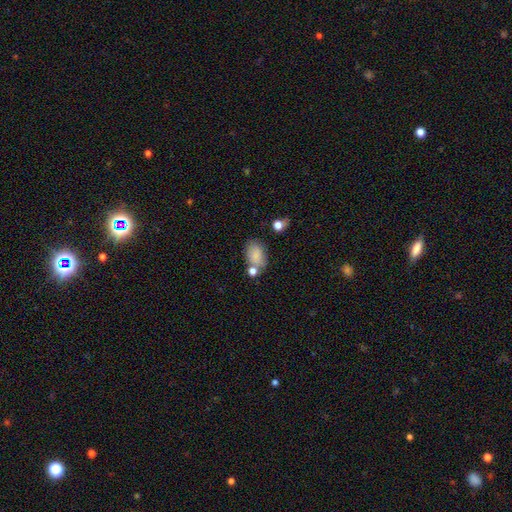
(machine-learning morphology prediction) This appears to be a smooth galaxy with no disk features (81%) that is in between round and cigar-shaped (85%). Merging: none (58%).